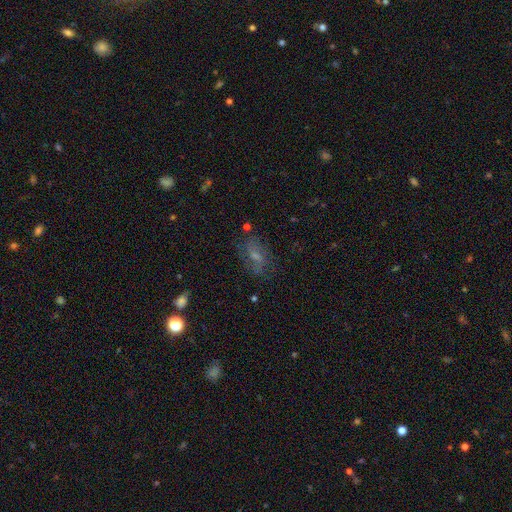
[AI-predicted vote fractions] Smooth or featured? featured or disk (49%)
Merging? none (69%)